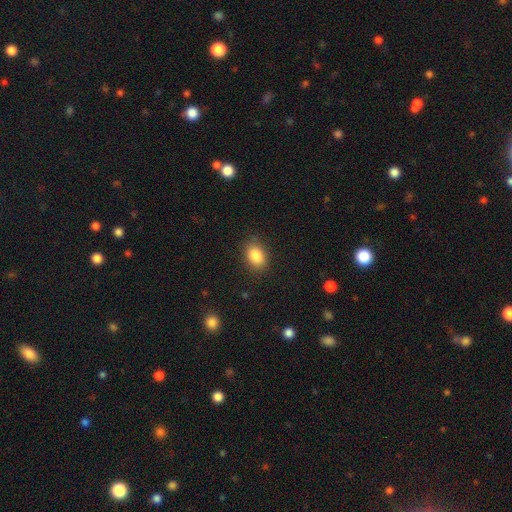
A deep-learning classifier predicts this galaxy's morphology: A smooth galaxy with no disk features (86%) that is in between round and cigar-shaped (75%).

Vote fractions:
- Smooth or featured? smooth: 86% / star or artifact: 9% / featured or disk: 5%
- How rounded? in between: 75% / round: 23% / cigar-shaped: 1%
- Merging? none: 84% / minor disturbance: 12% / major disturbance: 3% / merger: 1%